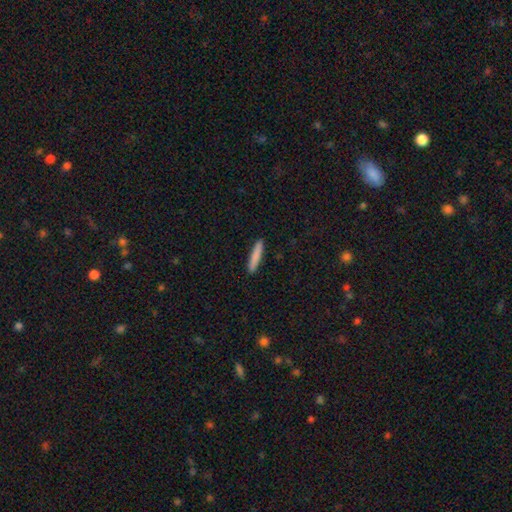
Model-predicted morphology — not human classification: A smooth galaxy with no disk features (84%) that is cigar-shaped (93%).

Vote fractions:
- Smooth or featured? smooth: 84% / featured or disk: 11% / star or artifact: 6%
- How rounded? cigar-shaped: 93% / in between: 6% / round: 1%
- Merging? none: 91% / minor disturbance: 6% / major disturbance: 1% / merger: 1%